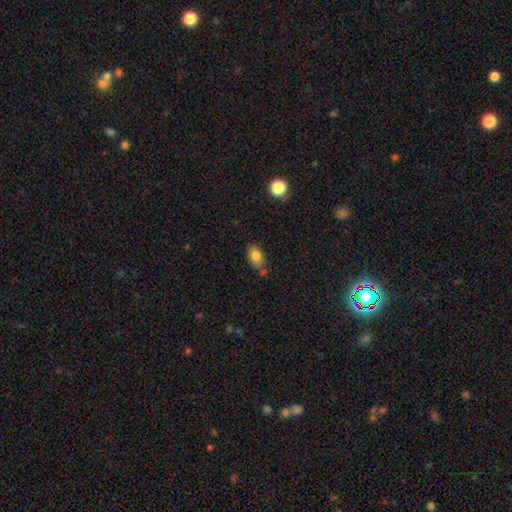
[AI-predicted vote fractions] Overall: smooth (81%). How rounded: in between (86%). Merging: none (61%; minor disturbance 23%).